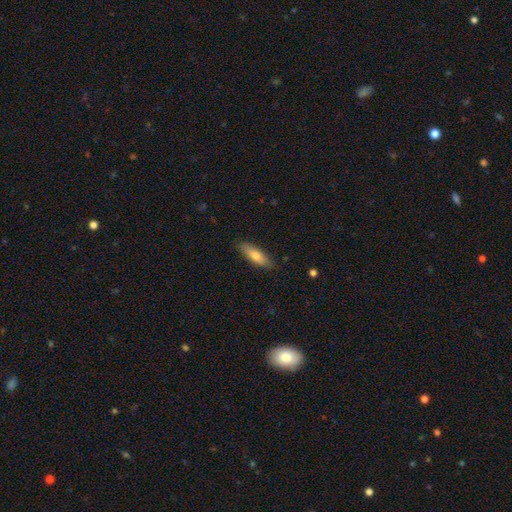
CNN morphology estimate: This is likely a smooth galaxy (70%). How rounded: possibly cigar-shaped (57%). Merging: clearly none (86%).